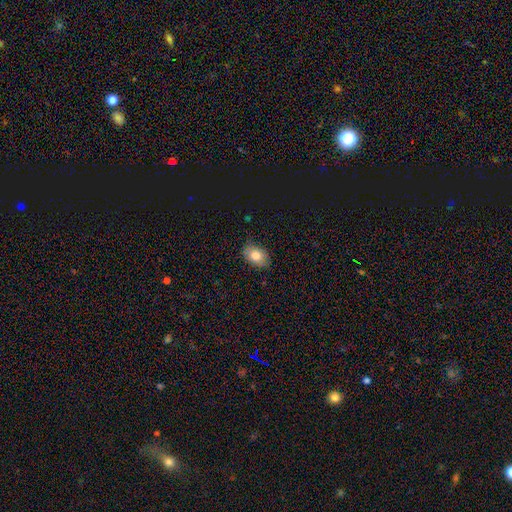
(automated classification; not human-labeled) Smooth or featured: smooth — 79% (featured or disk — 12%)
How rounded: in between — 78% (round — 21%)
Merging: none — 81% (minor disturbance — 16%)